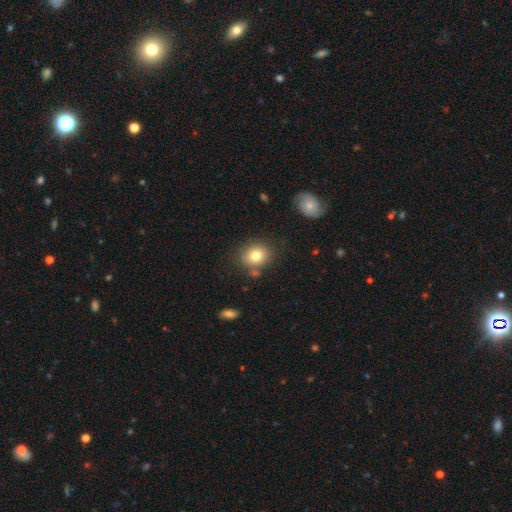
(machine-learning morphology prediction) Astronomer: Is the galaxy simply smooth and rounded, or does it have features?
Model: smooth — 79%.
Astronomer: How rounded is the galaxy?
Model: round — 65%.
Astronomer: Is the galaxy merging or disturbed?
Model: none — 76%.